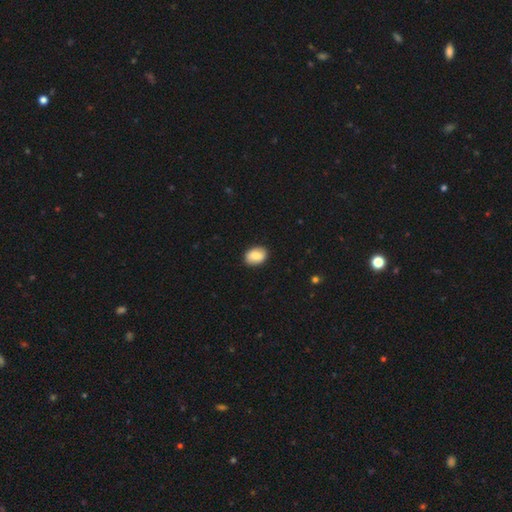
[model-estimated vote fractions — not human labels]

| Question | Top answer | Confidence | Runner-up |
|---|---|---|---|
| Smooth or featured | smooth | 81% | featured or disk (12%) |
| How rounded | in between | 72% | round (27%) |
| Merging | none | 89% | minor disturbance (8%) |